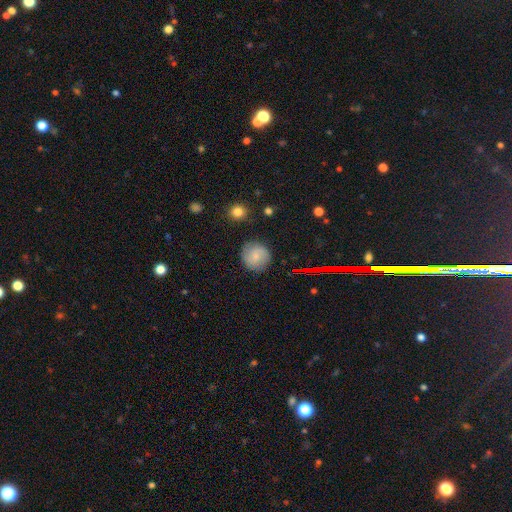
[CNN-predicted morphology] smooth_or_featured: smooth (p=0.70) [alt: featured or disk p=0.21]
how_rounded: round (p=0.93) [alt: in between p=0.06]
merging: none (p=0.85) [alt: minor disturbance p=0.11]